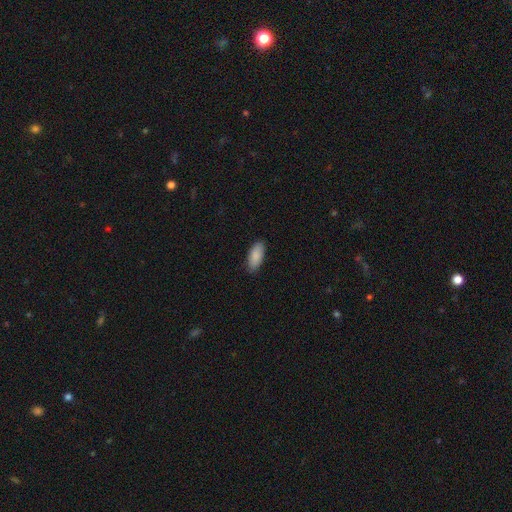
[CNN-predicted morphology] Smooth or featured? smooth (88%)
How rounded? in between (88%)
Merging? none (86%)